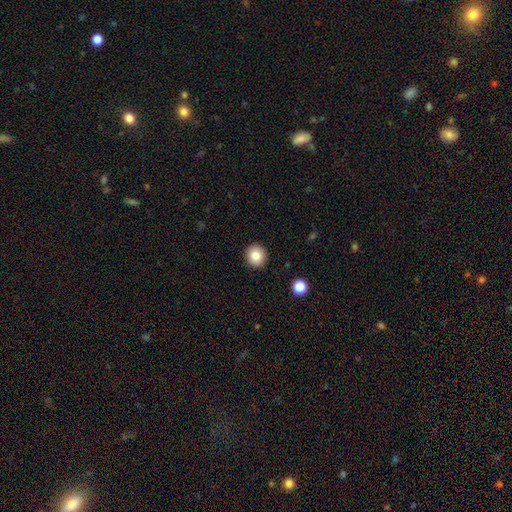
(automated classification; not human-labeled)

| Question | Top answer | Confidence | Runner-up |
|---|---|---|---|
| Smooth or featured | smooth | 84% | star or artifact (10%) |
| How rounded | round | 90% | in between (9%) |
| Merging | none | 92% | minor disturbance (5%) |